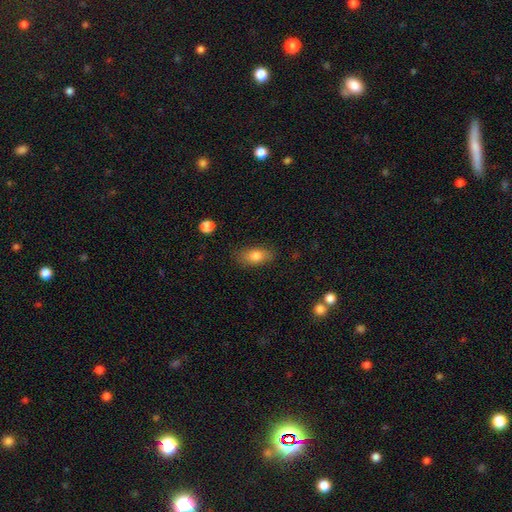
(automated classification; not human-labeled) smooth_or_featured: smooth (p=0.78) [alt: featured or disk p=0.13]
how_rounded: in between (p=0.84) [alt: cigar-shaped p=0.09]
merging: none (p=0.81) [alt: minor disturbance p=0.14]